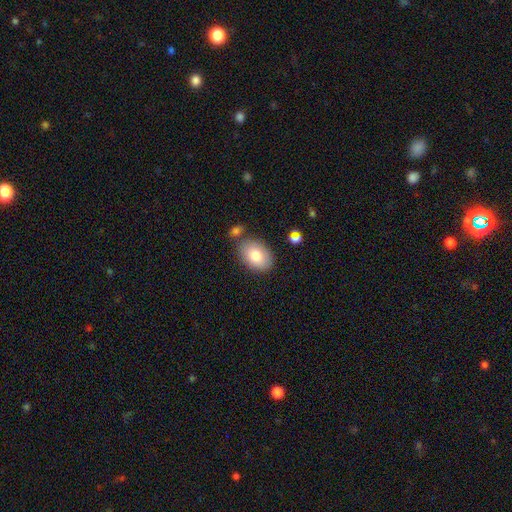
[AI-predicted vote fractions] smooth_or_featured: smooth (p=0.80) [alt: featured or disk p=0.13]
how_rounded: in between (p=0.85) [alt: round p=0.14]
merging: none (p=0.76) [alt: minor disturbance p=0.14]